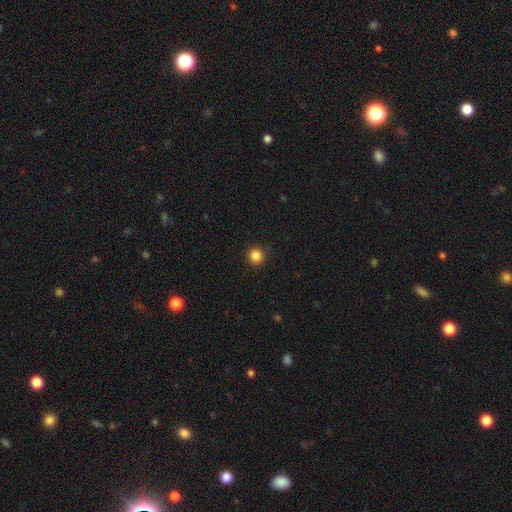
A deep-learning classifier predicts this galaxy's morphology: smooth-or-featured: smooth: 85% | star or artifact: 12% | featured or disk: 3%
  how-rounded: round: 95% | in between: 5% | cigar-shaped: 1%
  merging: none: 92% | minor disturbance: 5% | major disturbance: 2% | merger: 1%